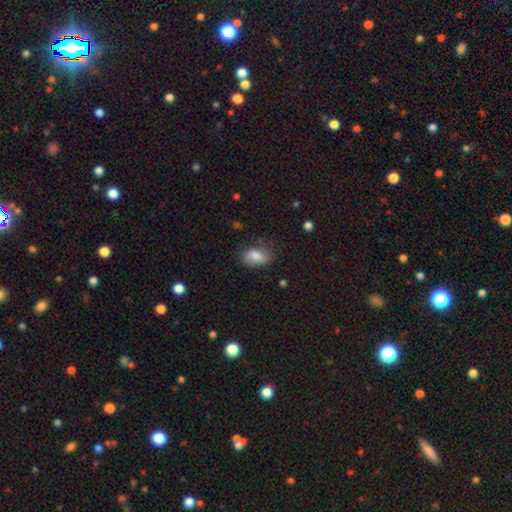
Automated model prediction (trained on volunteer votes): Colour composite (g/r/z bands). It shows a smooth galaxy with no disk features (75%) that is in between round and cigar-shaped (86%). Merging: none (62%).